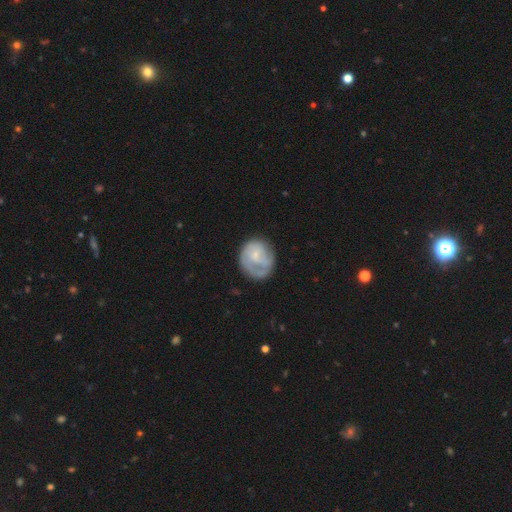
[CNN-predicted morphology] This appears to be a featured or disk galaxy (49%). Merging: none (55%).